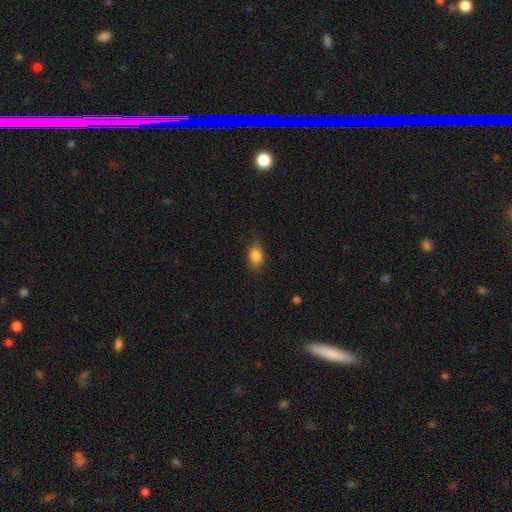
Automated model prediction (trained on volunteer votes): This is clearly a smooth galaxy (84%). How rounded: clearly in between (82%). Merging: likely none (75%).